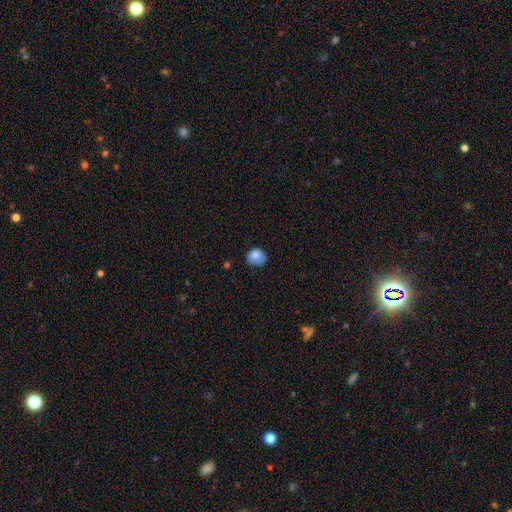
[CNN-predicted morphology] Smooth or featured: smooth — 82% (star or artifact — 9%)
How rounded: round — 73% (in between — 26%)
Merging: none — 62% (minor disturbance — 29%)